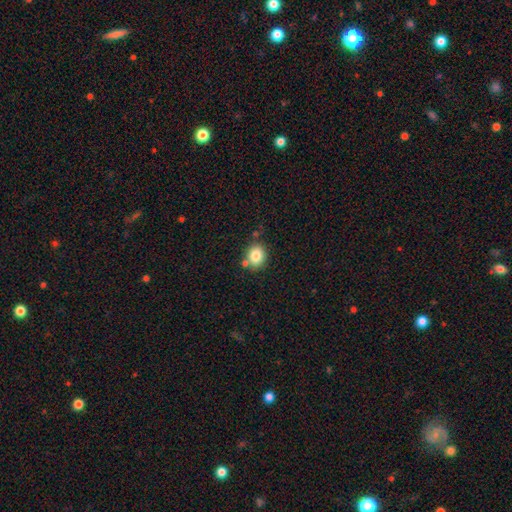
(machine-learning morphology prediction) Q: Smooth or featured?
A: smooth (83%); runner-up: star or artifact (9%)
Q: How rounded?
A: round (60%); runner-up: in between (39%)
Q: Merging?
A: none (73%); runner-up: minor disturbance (12%)